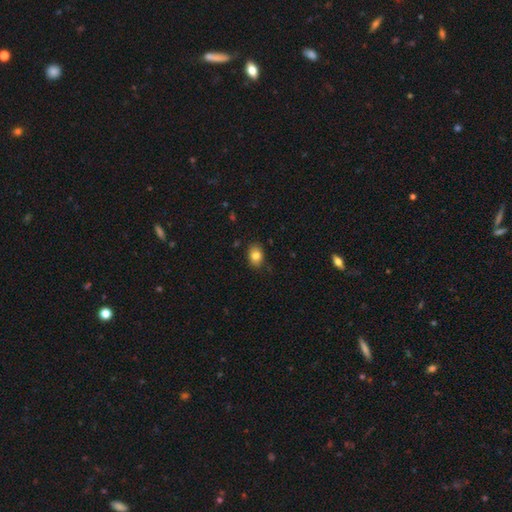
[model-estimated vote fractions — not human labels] This is clearly a smooth galaxy (83%). How rounded: likely in between (73%). Merging: clearly none (83%).